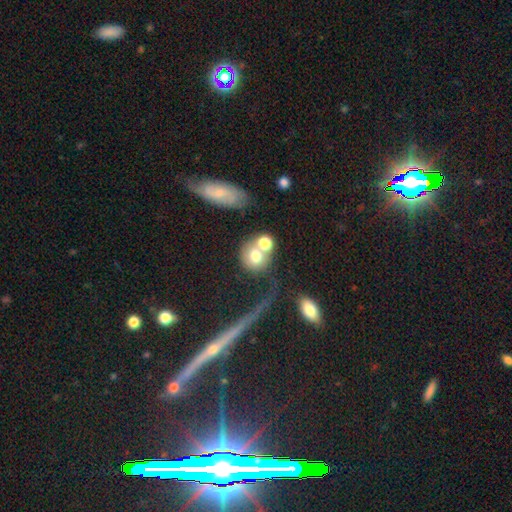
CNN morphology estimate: The model was most divided on "merging": merger: 48%, none: 33%, major disturbance: 10%, minor disturbance: 9%. More confident: how rounded — round (74%); smooth or featured — smooth (66%).